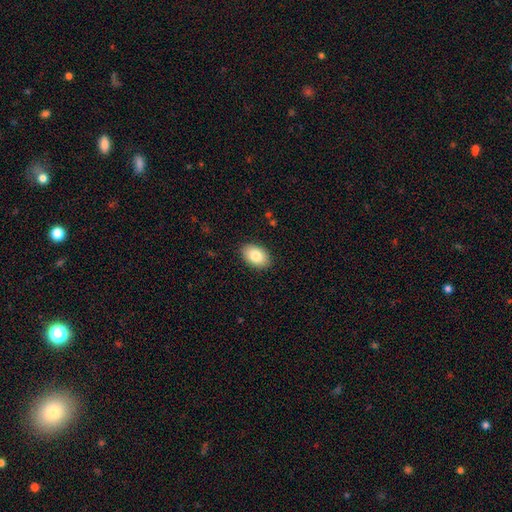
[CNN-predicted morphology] Smooth or featured? smooth (84%)
How rounded? in between (90%)
Merging? none (88%)